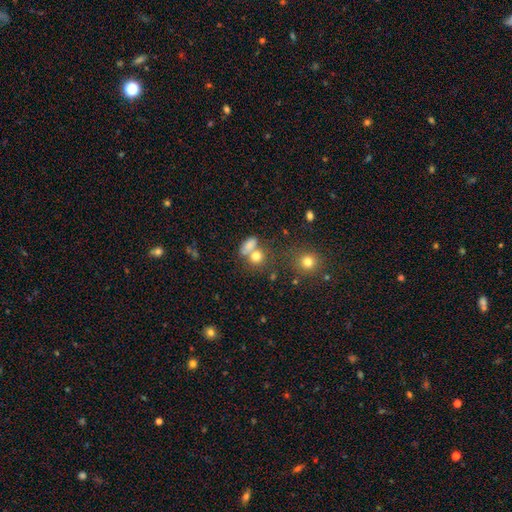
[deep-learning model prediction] smooth 75%, star or artifact 14%, featured or disk 11%. Down the decision tree: how rounded — round (61%); merging — none (44%).